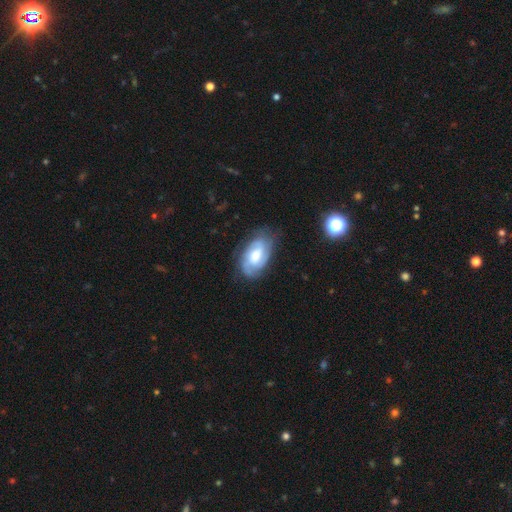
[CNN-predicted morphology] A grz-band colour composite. It shows a featured or disk galaxy (75%) with no bar (51%), 2 (37%) tight (52%) spiral arms (95%) and a moderate central bulge (49%). Merging: none (72%).